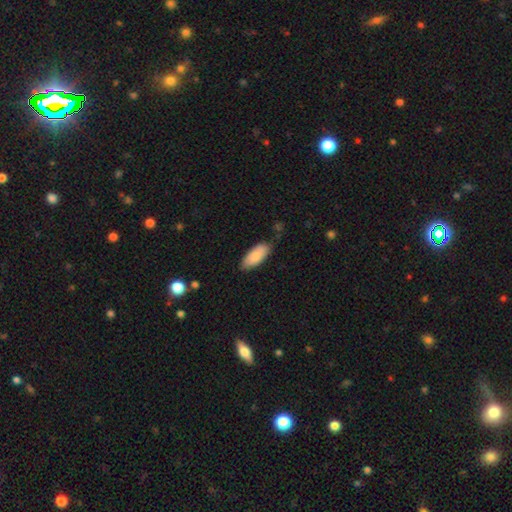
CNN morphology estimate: Smooth or featured? Predicted: smooth (p=0.84). How rounded? Predicted: in between (p=0.86). Merging? Predicted: none (p=0.77).